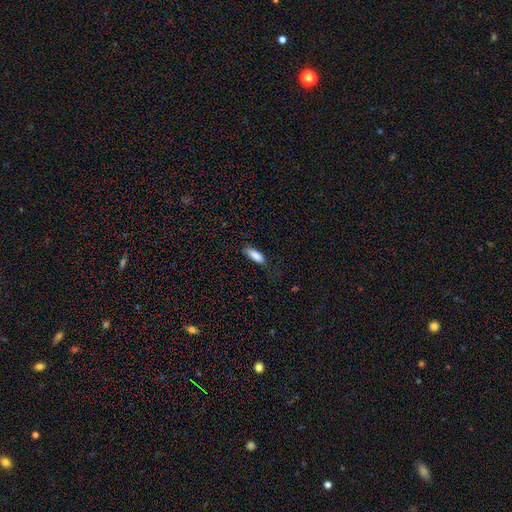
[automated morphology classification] A smooth galaxy with no disk features (85%) that is in between round and cigar-shaped (68%). Merging: none (71%).